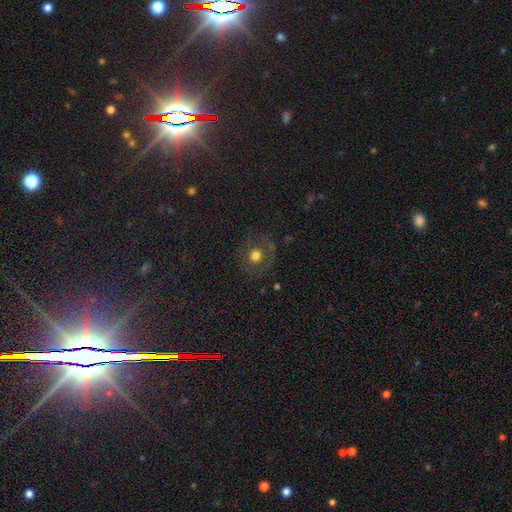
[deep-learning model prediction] Smooth or featured: smooth — 59% (featured or disk — 26%)
How rounded: round — 86% (in between — 13%)
Merging: none — 78% (minor disturbance — 13%)